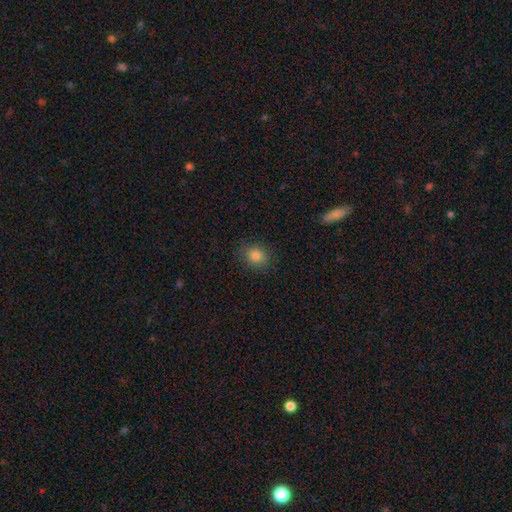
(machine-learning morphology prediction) smooth_or_featured: smooth (p=0.83) [alt: star or artifact p=0.12]
how_rounded: round (p=0.70) [alt: in between p=0.29]
merging: none (p=0.87) [alt: minor disturbance p=0.09]